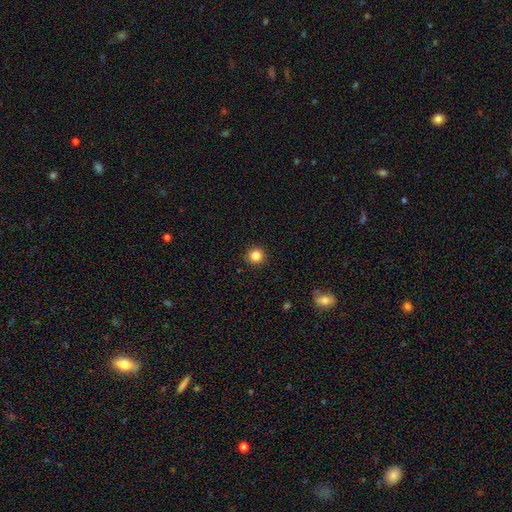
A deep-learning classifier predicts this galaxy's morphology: smooth_or_featured: smooth (p=0.85) [alt: star or artifact p=0.11]
how_rounded: round (p=0.95) [alt: in between p=0.04]
merging: none (p=0.92) [alt: minor disturbance p=0.05]